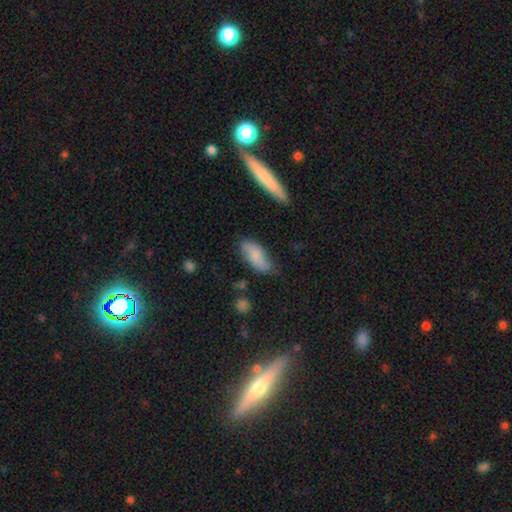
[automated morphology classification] Smooth or featured? Predicted: smooth (p=0.70). How rounded? Predicted: in between (p=0.84). Merging? Predicted: none (p=0.66).